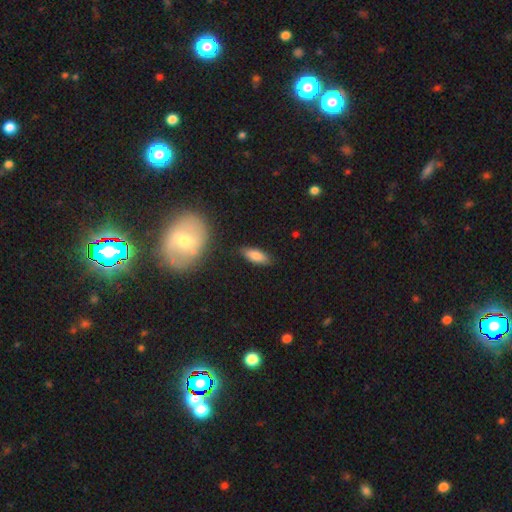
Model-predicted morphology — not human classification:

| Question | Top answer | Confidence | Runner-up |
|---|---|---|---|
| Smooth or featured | smooth | 82% | featured or disk (11%) |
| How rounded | in between | 71% | cigar-shaped (27%) |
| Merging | none | 82% | minor disturbance (13%) |